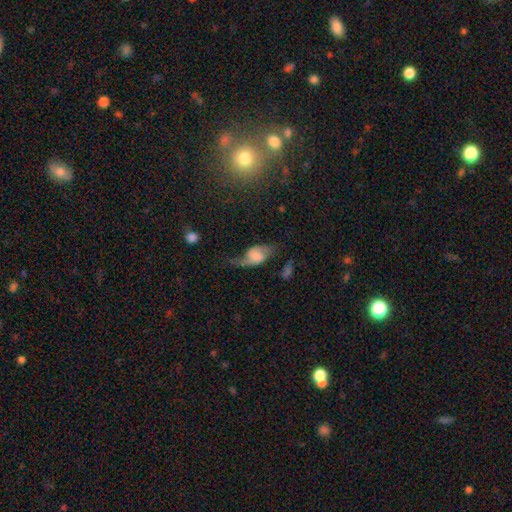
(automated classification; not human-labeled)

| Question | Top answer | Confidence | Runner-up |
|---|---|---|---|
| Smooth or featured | featured or disk | 59% | smooth (32%) |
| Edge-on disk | no | 93% | yes (7%) |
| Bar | no | 59% | weak (32%) |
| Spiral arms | yes | 86% | no (14%) |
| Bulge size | none | 32% | large (24%) |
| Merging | none | 36% | major disturbance (32%) |